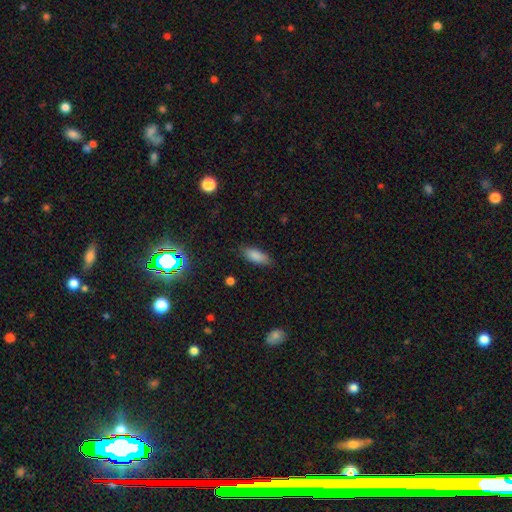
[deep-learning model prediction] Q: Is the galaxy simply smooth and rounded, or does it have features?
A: smooth — 84%.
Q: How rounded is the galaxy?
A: in between — 75%.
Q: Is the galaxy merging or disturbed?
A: none — 83%.